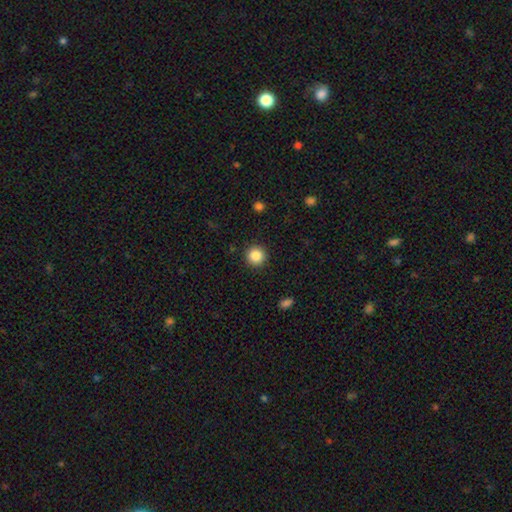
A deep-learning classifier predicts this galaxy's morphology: Smooth or featured? smooth (86%)
How rounded? round (96%)
Merging? none (92%)